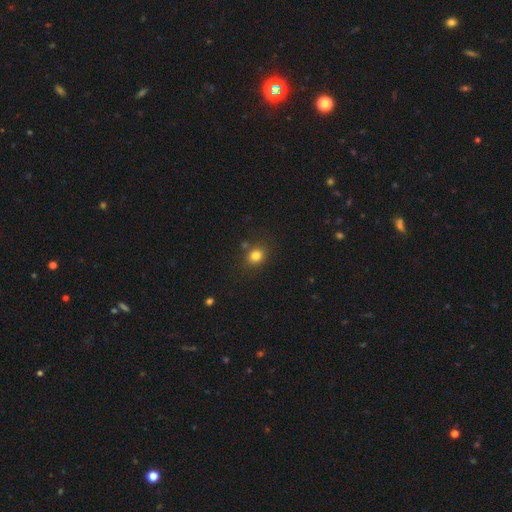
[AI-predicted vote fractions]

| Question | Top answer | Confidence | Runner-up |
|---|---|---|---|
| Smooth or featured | smooth | 80% | star or artifact (14%) |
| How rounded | round | 67% | in between (33%) |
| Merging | none | 80% | minor disturbance (11%) |